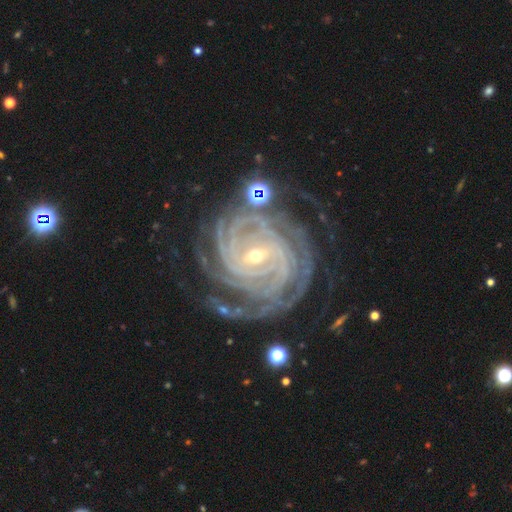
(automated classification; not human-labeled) featured or disk 93%, star or artifact 5%, smooth 3%. Down the decision tree: edge-on disk — no (98%); bar — weak (42%); spiral arms — yes (99%); spiral arm count — 4 (32%); spiral winding — tight (85%); bulge size — small (68%); merging — none (73%).